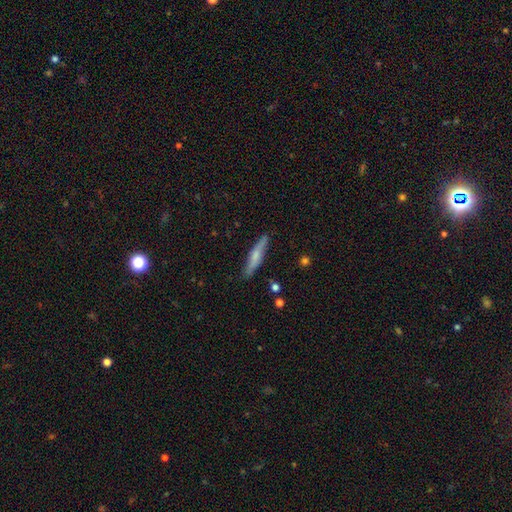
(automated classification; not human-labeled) smooth_or_featured: smooth (p=0.54) [alt: featured or disk p=0.40]
how_rounded: cigar-shaped (p=0.89) [alt: in between p=0.09]
merging: none (p=0.86) [alt: minor disturbance p=0.10]